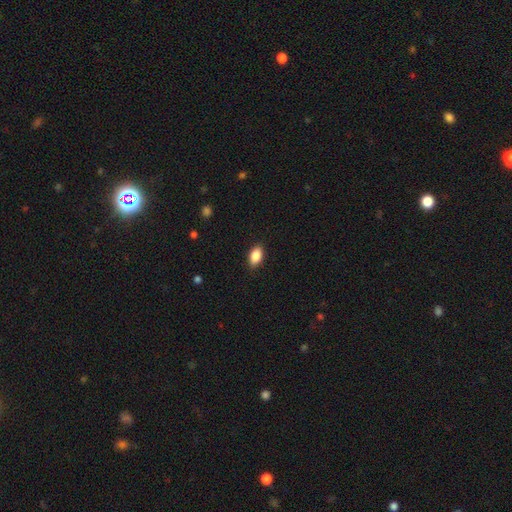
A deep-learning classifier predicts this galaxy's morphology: type=smooth (87%); roundness=in between (91%); merging=none (88%).